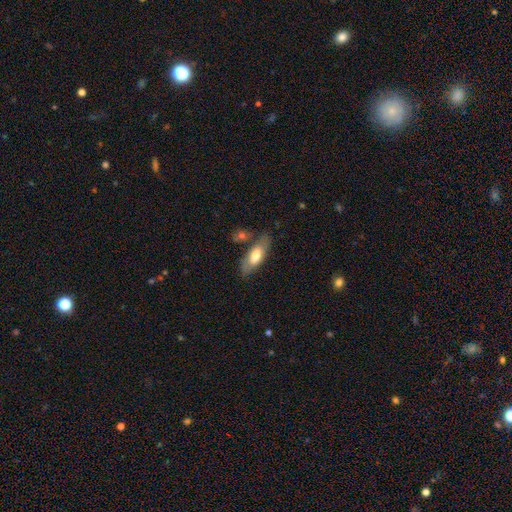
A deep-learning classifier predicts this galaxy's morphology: Smooth or featured: smooth — 66% (featured or disk — 28%)
How rounded: in between — 71% (cigar-shaped — 27%)
Merging: none — 70% (minor disturbance — 17%)